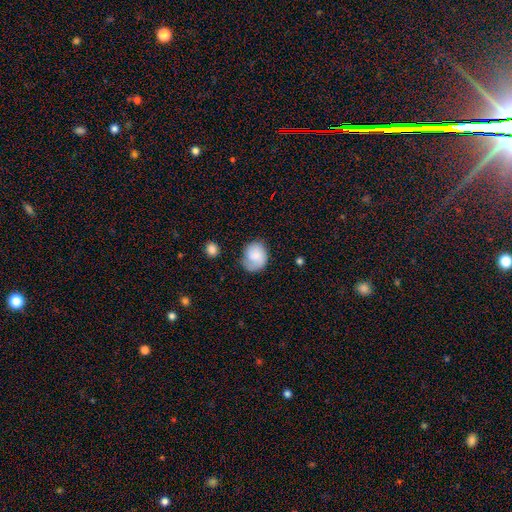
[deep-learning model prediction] Morphology: type=smooth (64%); roundness=round (61%); merging=none (60%).